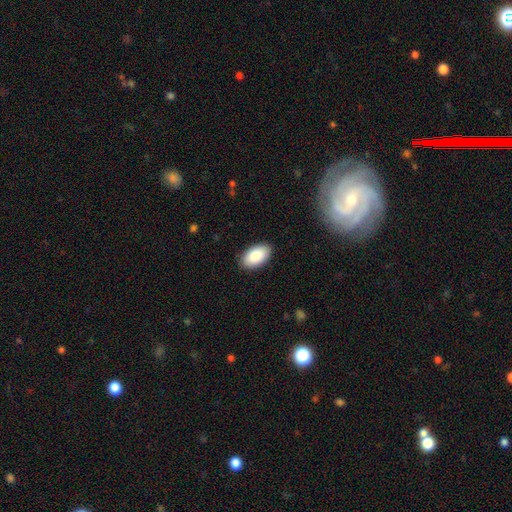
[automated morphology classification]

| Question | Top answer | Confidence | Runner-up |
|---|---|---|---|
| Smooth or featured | smooth | 89% | star or artifact (6%) |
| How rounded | in between | 95% | round (3%) |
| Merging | none | 89% | minor disturbance (8%) |